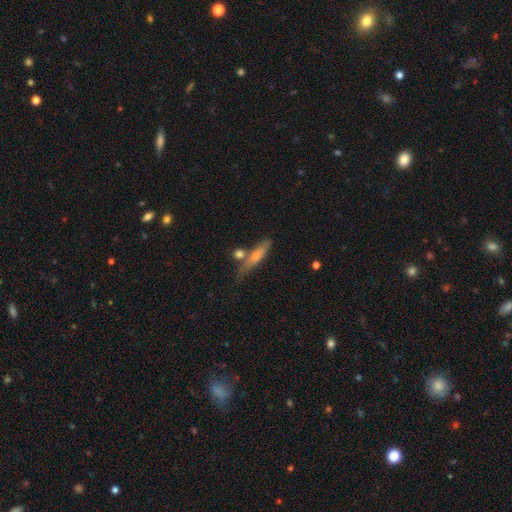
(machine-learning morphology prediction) smooth-or-featured: featured or disk: 49% | smooth: 42% | star or artifact: 9%
  merging: none: 66% | minor disturbance: 16% | merger: 14% | major disturbance: 5%